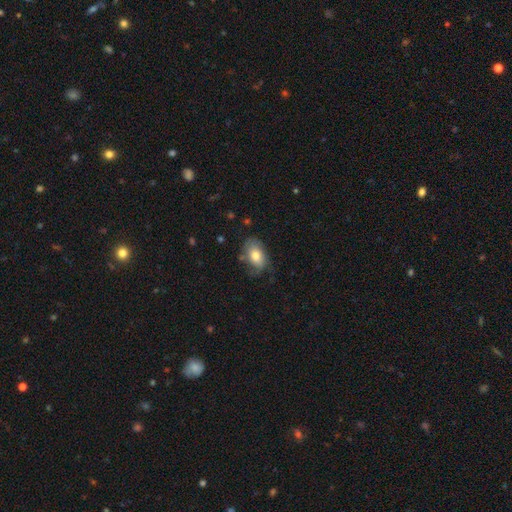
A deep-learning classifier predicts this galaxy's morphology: smooth-or-featured: smooth: 72% | featured or disk: 21% | star or artifact: 7%
  how-rounded: in between: 88% | round: 11% | cigar-shaped: 2%
  merging: none: 56% | minor disturbance: 30% | major disturbance: 12% | merger: 2%